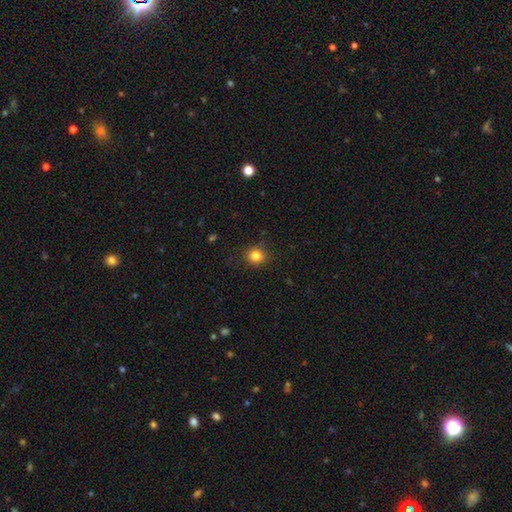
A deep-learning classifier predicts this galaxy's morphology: Smooth or featured: smooth — 83% (star or artifact — 12%)
How rounded: round — 87% (in between — 12%)
Merging: none — 88% (minor disturbance — 8%)